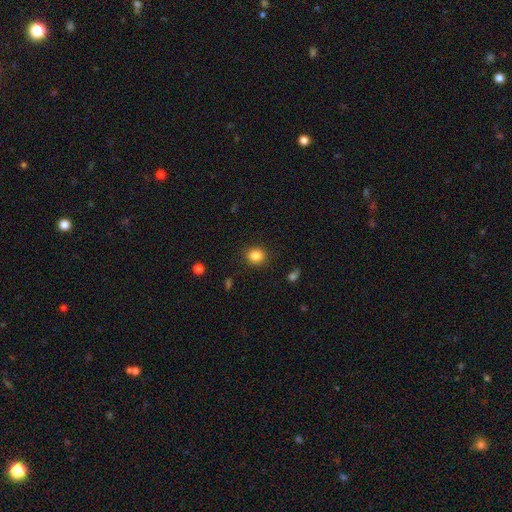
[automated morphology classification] A smooth galaxy with no disk features (85%) that is round (82%).

Vote fractions:
- Smooth or featured? smooth: 85% / star or artifact: 11% / featured or disk: 5%
- How rounded? round: 82% / in between: 17% / cigar-shaped: 1%
- Merging? none: 89% / minor disturbance: 7% / major disturbance: 3% / merger: 1%